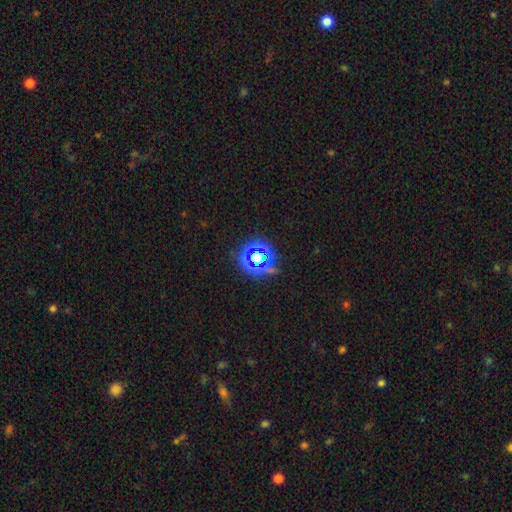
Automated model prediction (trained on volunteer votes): A star or artifact, not a galaxy (65%).